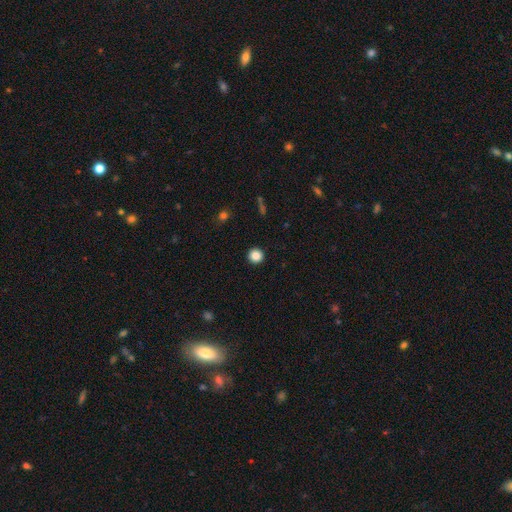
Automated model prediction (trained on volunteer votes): A smooth galaxy with no disk features (86%) that is round (95%). Merging: none (93%).